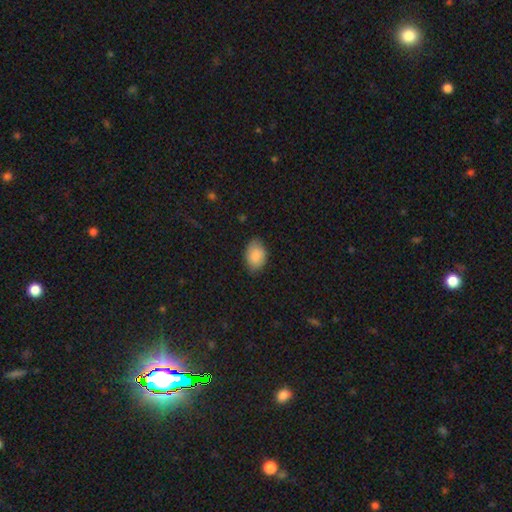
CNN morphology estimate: type=smooth (87%); roundness=in between (83%); merging=none (77%).